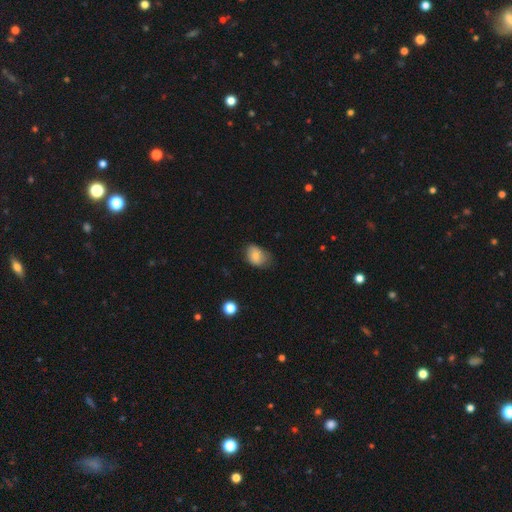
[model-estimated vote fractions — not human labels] The model was most divided on "merging": none: 54%, minor disturbance: 35%, major disturbance: 9%, merger: 2%. More confident: smooth or featured — smooth (79%); how rounded — in between (76%).